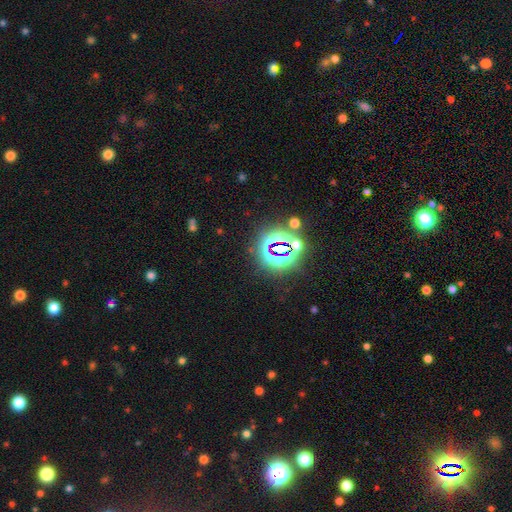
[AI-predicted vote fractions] star or artifact 83%, smooth 10%, featured or disk 7%.